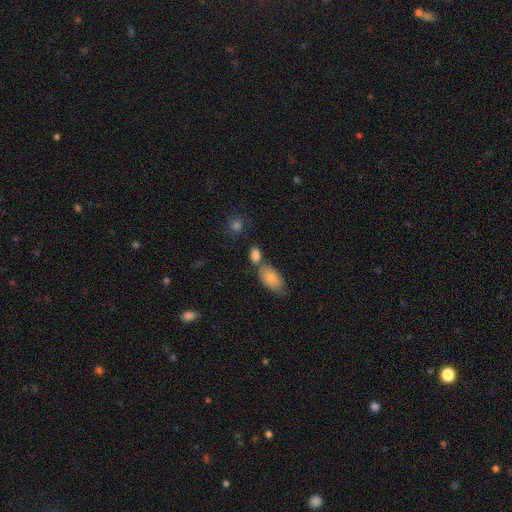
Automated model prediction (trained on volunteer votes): Smooth or featured: smooth — 74% (featured or disk — 14%)
How rounded: in between — 67% (round — 28%)
Merging: none — 60% (merger — 24%)